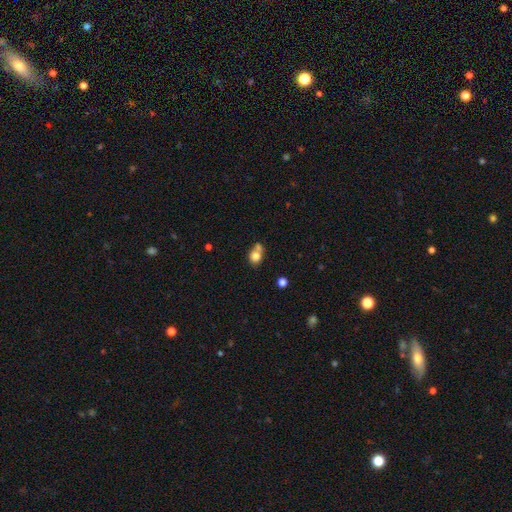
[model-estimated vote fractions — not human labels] Overall: smooth (78%). How rounded: round (66%; in between 33%). Merging: merger (42%; none 40%).